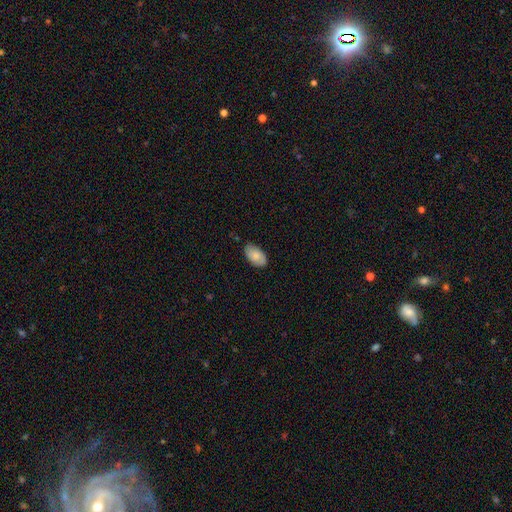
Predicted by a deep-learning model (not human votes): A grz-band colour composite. It shows a smooth galaxy with no disk features (79%) that is in between round and cigar-shaped (95%). Merging: none (81%).